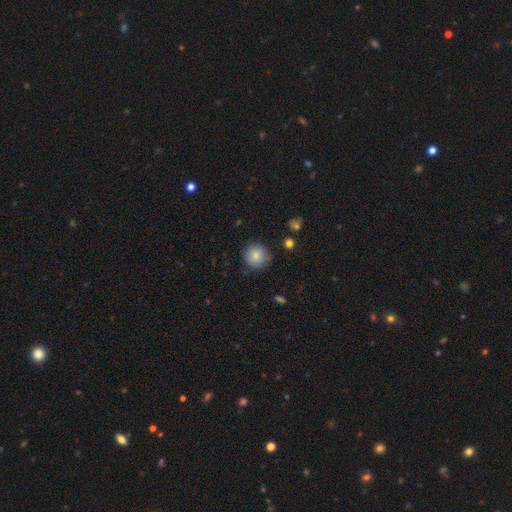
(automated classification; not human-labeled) Q: Smooth or featured?
A: smooth (84%); runner-up: star or artifact (9%)
Q: How rounded?
A: round (94%); runner-up: in between (5%)
Q: Merging?
A: none (86%); runner-up: minor disturbance (10%)